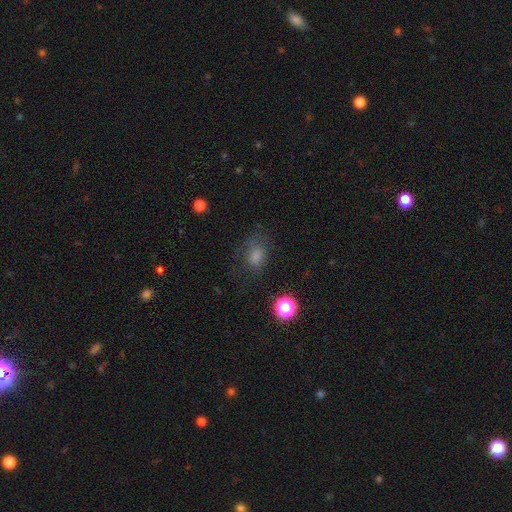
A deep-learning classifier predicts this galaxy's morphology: Smooth or featured? Predicted: smooth (p=0.63). How rounded? Predicted: in between (p=0.63). Merging? Predicted: none (p=0.63).